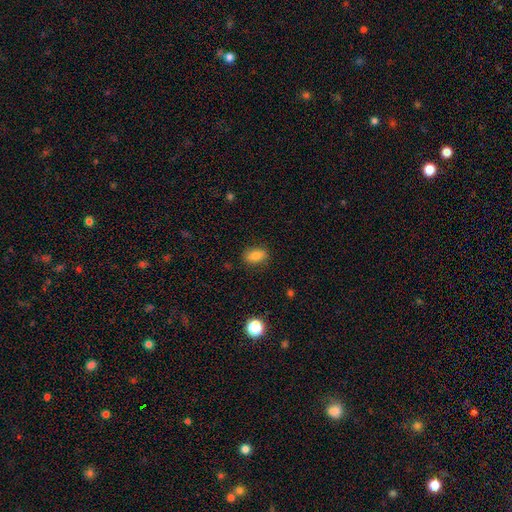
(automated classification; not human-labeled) Smooth or featured?
  - smooth: 79% *
  - featured or disk: 11%
  - star or artifact: 10%
How rounded?
  - in between: 83% *
  - round: 13%
  - cigar-shaped: 4%
Merging?
  - none: 85% *
  - minor disturbance: 11%
  - major disturbance: 3%
  - merger: 1%